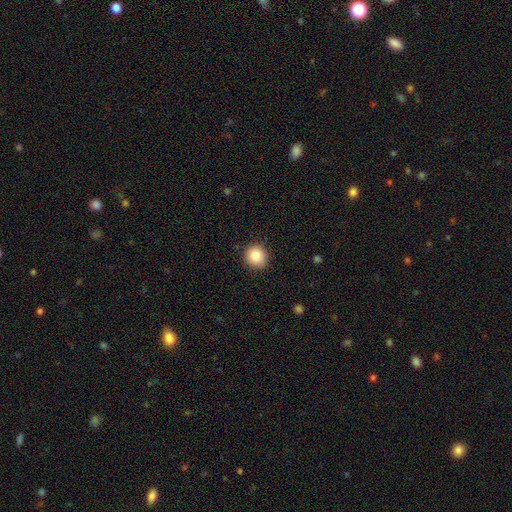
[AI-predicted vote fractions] A smooth galaxy with no disk features (85%) that is round (91%).

Vote fractions:
- Smooth or featured? smooth: 85% / star or artifact: 9% / featured or disk: 6%
- How rounded? round: 91% / in between: 8% / cigar-shaped: 1%
- Merging? none: 91% / minor disturbance: 6% / major disturbance: 2% / merger: 1%